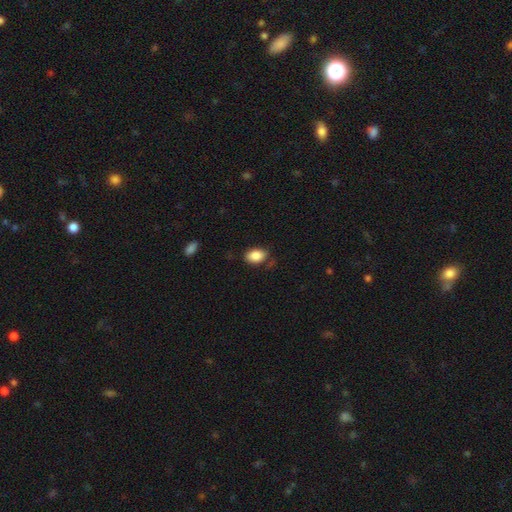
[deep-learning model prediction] Morphology: type=smooth (86%); roundness=in between (89%); merging=none (76%).